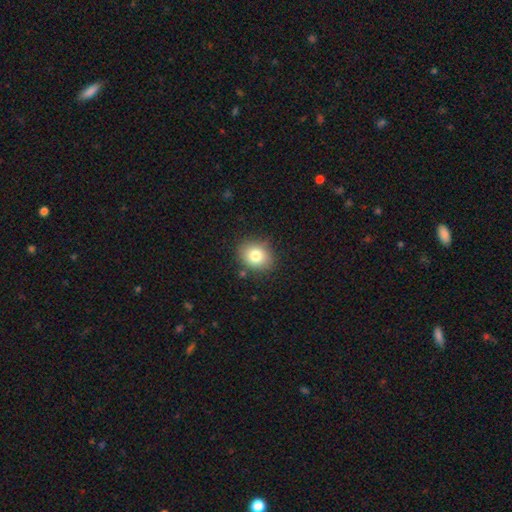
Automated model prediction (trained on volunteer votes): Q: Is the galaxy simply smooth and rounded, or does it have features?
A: smooth — 80%.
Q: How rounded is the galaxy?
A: round — 61%.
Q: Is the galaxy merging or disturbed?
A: none — 84%.